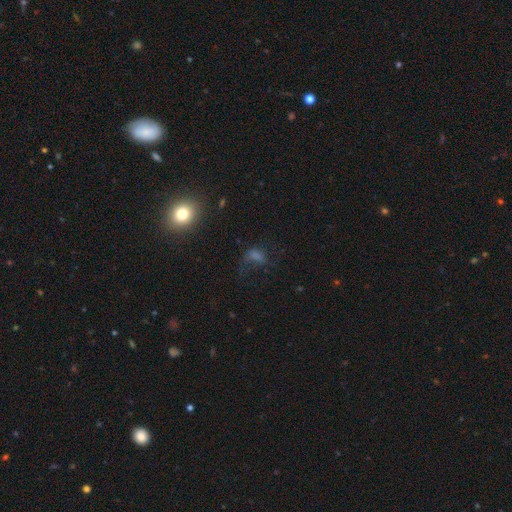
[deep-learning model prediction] Smooth or featured? smooth (44%)
Merging? none (45%)